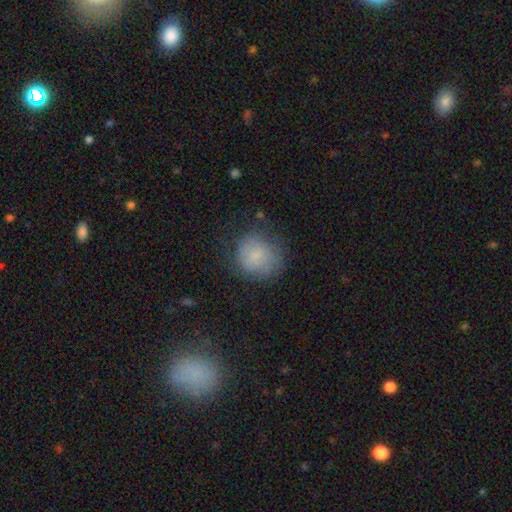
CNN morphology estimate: Smooth or featured: smooth — 75% (featured or disk — 16%)
How rounded: round — 84% (in between — 15%)
Merging: none — 63% (minor disturbance — 23%)